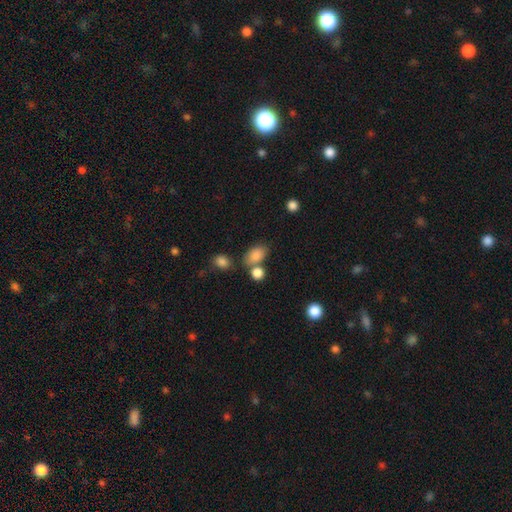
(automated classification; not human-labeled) This appears to be a smooth galaxy with no disk features (84%) that is in between round and cigar-shaped (83%). Merging: none (55%).